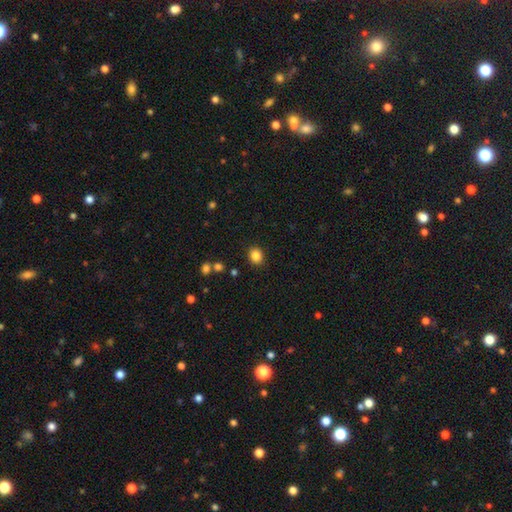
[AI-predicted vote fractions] Smooth or featured? Predicted: smooth (p=0.85). How rounded? Predicted: round (p=0.60). Merging? Predicted: none (p=0.88).